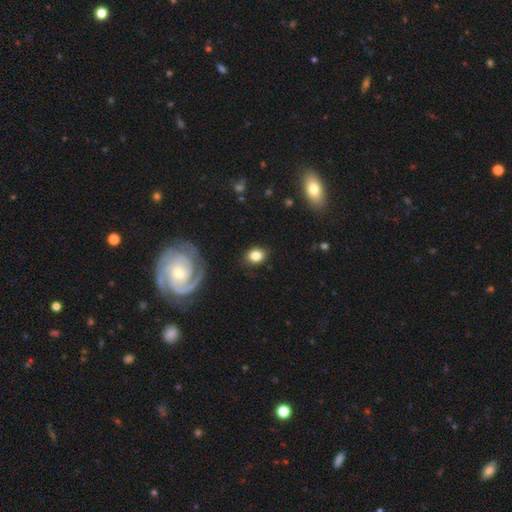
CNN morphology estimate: smooth_or_featured: smooth (p=0.79) [alt: featured or disk p=0.12]
how_rounded: round (p=0.51) [alt: in between p=0.47]
merging: none (p=0.83) [alt: minor disturbance p=0.12]